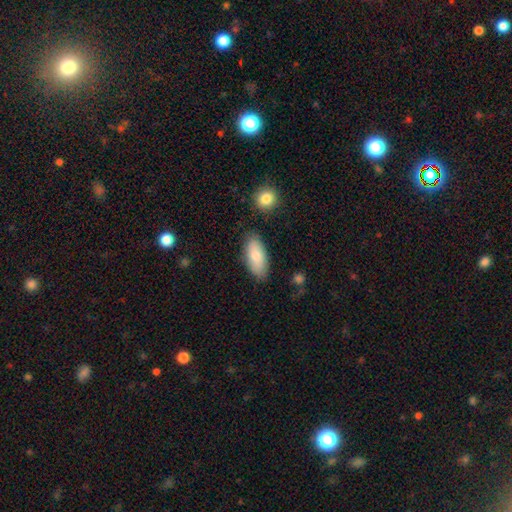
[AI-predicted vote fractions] Q: Smooth or featured?
A: smooth (80%); runner-up: featured or disk (14%)
Q: How rounded?
A: in between (88%); runner-up: cigar-shaped (9%)
Q: Merging?
A: none (80%); runner-up: minor disturbance (14%)